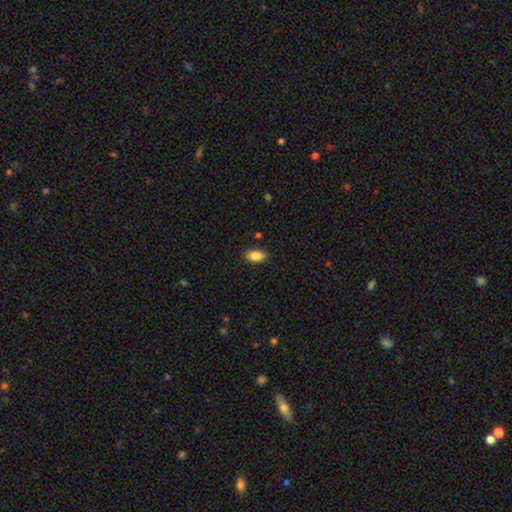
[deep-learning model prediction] A smooth galaxy with no disk features (86%) that is in between round and cigar-shaped (92%). Merging: none (88%).